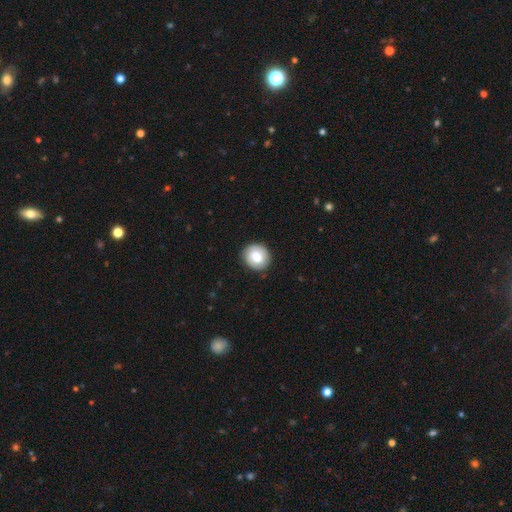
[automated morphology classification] Q: Smooth or featured?
A: smooth (73%); runner-up: featured or disk (19%)
Q: How rounded?
A: round (89%); runner-up: in between (10%)
Q: Merging?
A: none (89%); runner-up: minor disturbance (8%)